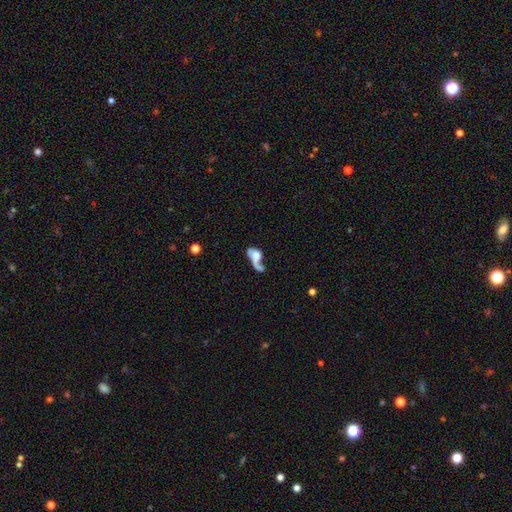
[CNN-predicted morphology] smooth_or_featured: featured or disk (p=0.51) [alt: smooth p=0.40]
disk_edge_on: no (p=0.89) [alt: yes p=0.11]
merging: major disturbance (p=0.38) [alt: merger p=0.31]